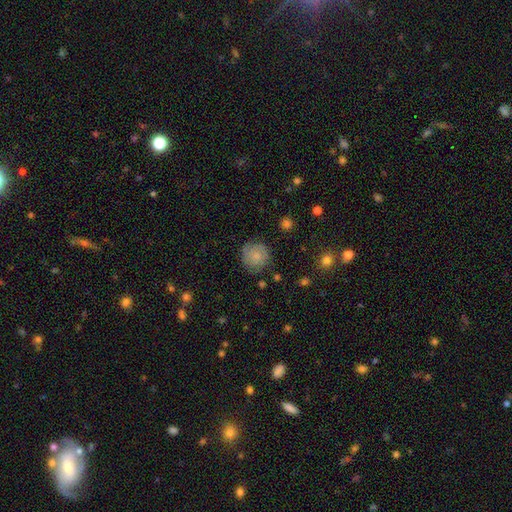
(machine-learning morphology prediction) smooth_or_featured: smooth (p=0.65) [alt: featured or disk p=0.27]
how_rounded: round (p=0.91) [alt: in between p=0.08]
merging: none (p=0.76) [alt: minor disturbance p=0.17]